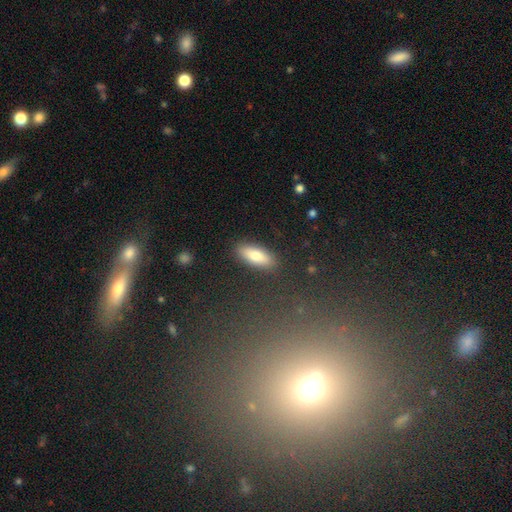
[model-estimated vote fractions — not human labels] The model was most divided on "how rounded": in between: 70%, cigar-shaped: 28%, round: 2%. More confident: merging — none (88%); smooth or featured — smooth (79%).